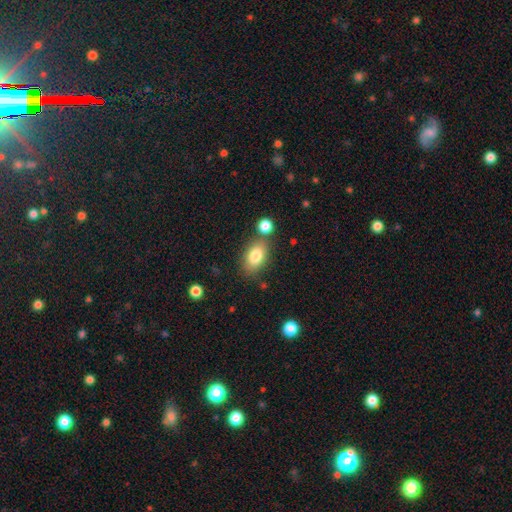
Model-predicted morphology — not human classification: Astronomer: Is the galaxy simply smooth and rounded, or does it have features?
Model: smooth — 82%.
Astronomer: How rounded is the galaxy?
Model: in between — 87%.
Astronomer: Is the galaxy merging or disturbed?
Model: none — 70%.